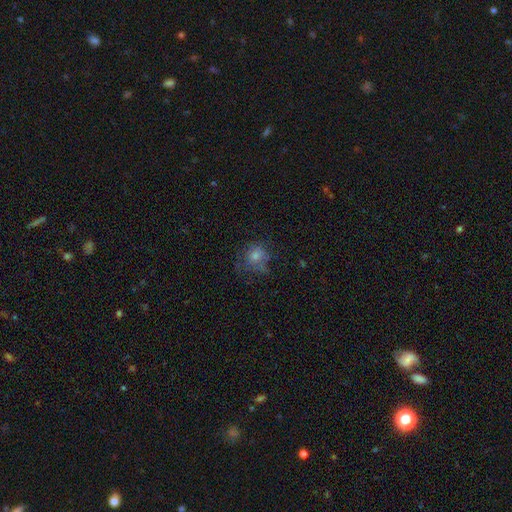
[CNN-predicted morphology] This appears to be a smooth galaxy with no disk features (58%) that is round (80%). Merging: none (62%).